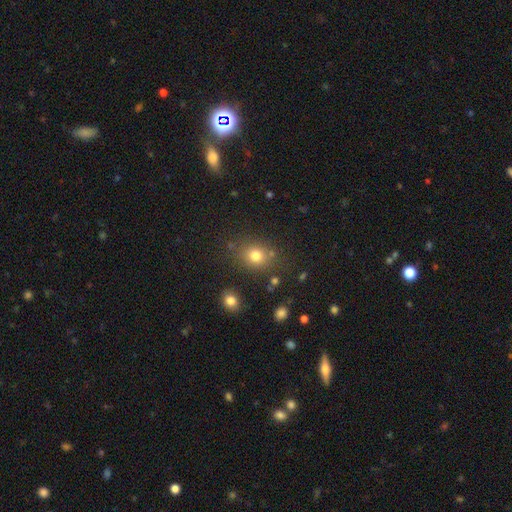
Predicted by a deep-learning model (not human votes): Smooth or featured? smooth (77%)
How rounded? round (64%)
Merging? none (78%)